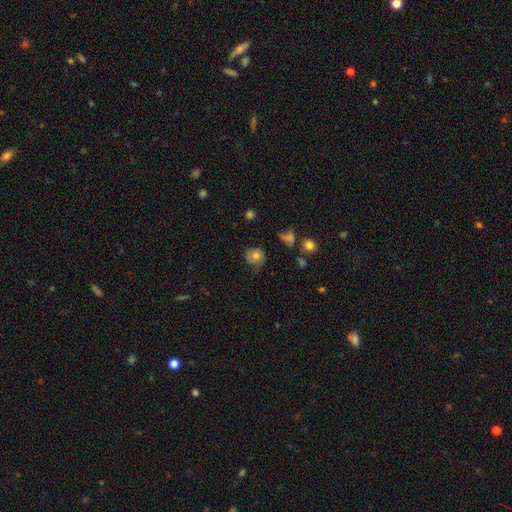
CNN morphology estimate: smooth 67%, featured or disk 22%, star or artifact 11%. Down the decision tree: how rounded — round (81%); merging — none (63%).